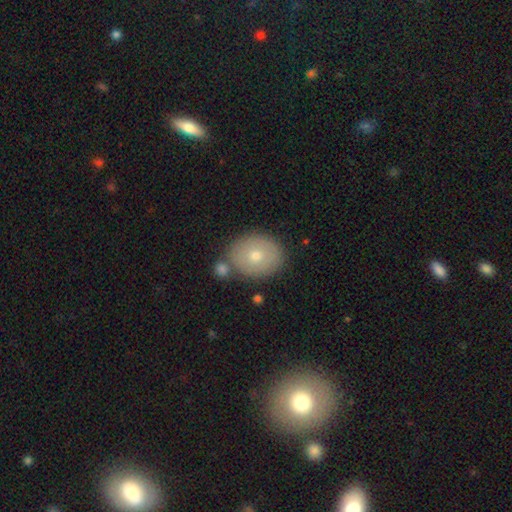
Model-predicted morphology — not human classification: Smooth or featured?
  - smooth: 68% *
  - featured or disk: 23%
  - star or artifact: 9%
How rounded?
  - round: 53% *
  - in between: 46%
  - cigar-shaped: 1%
Merging?
  - none: 73% *
  - minor disturbance: 12%
  - merger: 11%
  - major disturbance: 3%